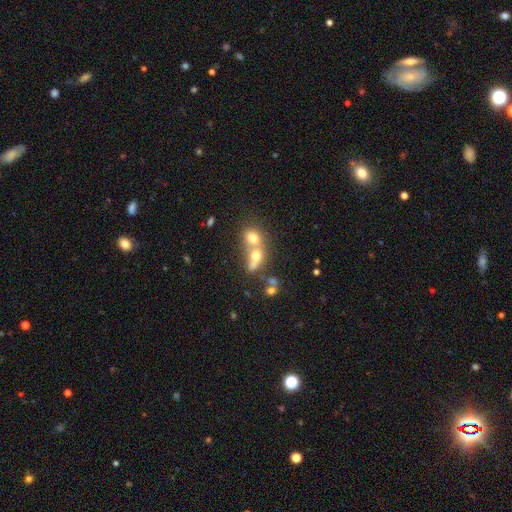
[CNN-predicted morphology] Smooth or featured? Predicted: smooth (p=0.59). How rounded? Predicted: round (p=0.60). Merging? Predicted: merger (p=0.68).